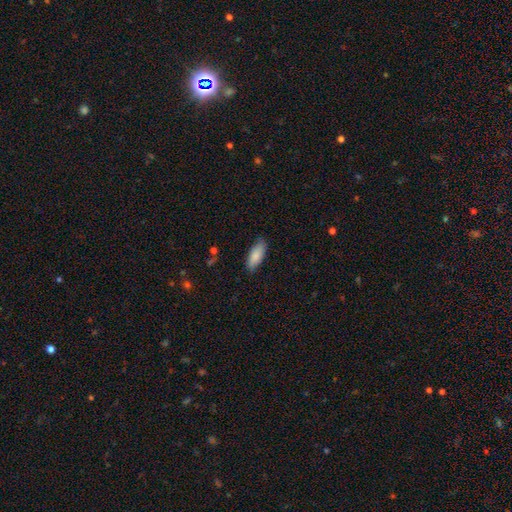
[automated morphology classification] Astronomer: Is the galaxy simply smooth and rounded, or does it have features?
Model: smooth — 86%.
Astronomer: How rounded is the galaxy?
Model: in between — 75%.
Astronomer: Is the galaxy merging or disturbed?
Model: none — 83%.